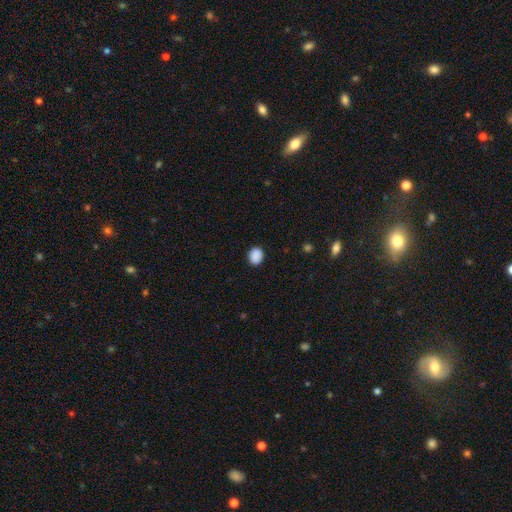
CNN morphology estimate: This appears to be a smooth galaxy with no disk features (89%) that is round (53%). Merging: none (88%).